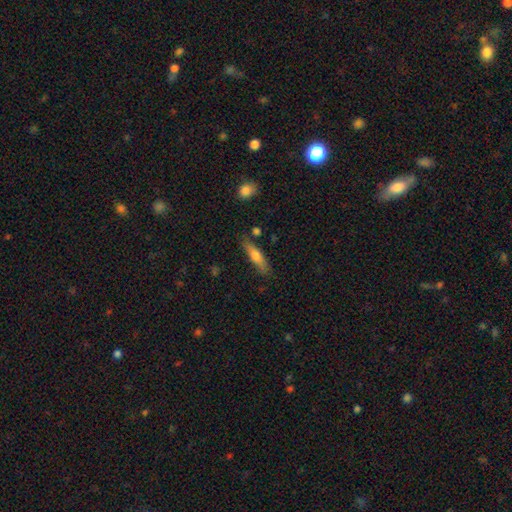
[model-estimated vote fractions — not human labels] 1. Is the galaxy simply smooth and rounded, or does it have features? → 60% smooth, 33% featured or disk, 7% star or artifact.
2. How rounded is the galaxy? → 73% cigar-shaped, 25% in between, 2% round.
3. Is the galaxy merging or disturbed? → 78% none, 15% minor disturbance, 4% merger, 3% major disturbance.